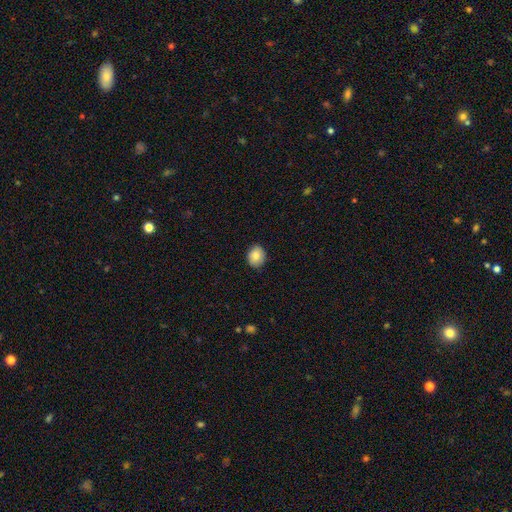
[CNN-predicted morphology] The model was most divided on "how rounded": round: 56%, in between: 43%, cigar-shaped: 1%. More confident: merging — none (85%); smooth or featured — smooth (84%).